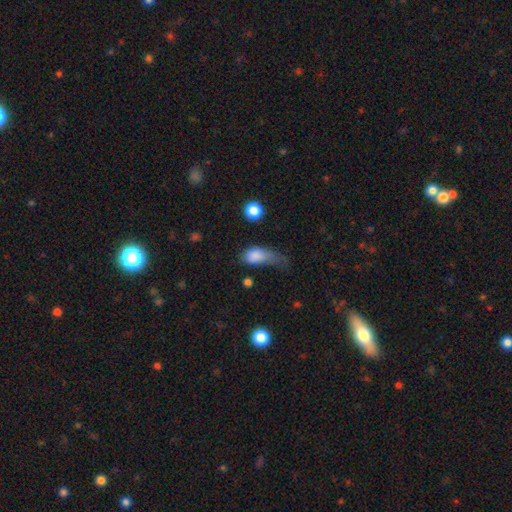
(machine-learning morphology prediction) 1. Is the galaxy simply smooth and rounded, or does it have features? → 79% smooth, 12% featured or disk, 9% star or artifact.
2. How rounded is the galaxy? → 80% in between, 13% round, 7% cigar-shaped.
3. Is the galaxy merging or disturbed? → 51% major disturbance, 30% minor disturbance, 16% none, 4% merger.